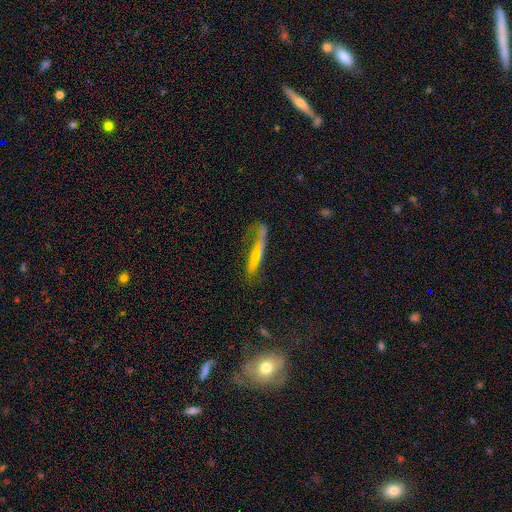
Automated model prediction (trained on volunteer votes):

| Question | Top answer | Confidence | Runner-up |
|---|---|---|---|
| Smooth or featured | smooth | 49% | featured or disk (38%) |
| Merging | none | 48% | minor disturbance (23%) |